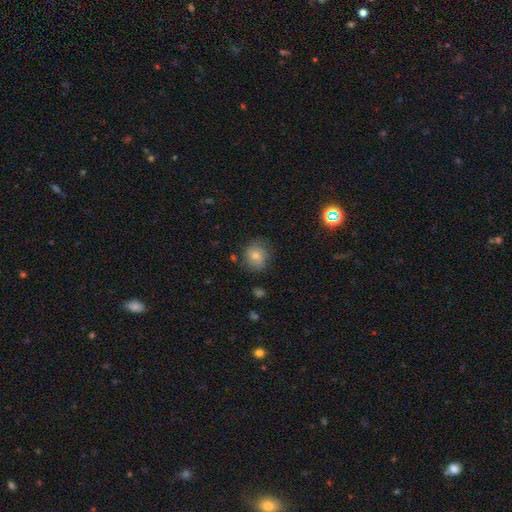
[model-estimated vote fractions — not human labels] smooth 74%, featured or disk 15%, star or artifact 10%. Down the decision tree: how rounded — round (79%); merging — none (76%).